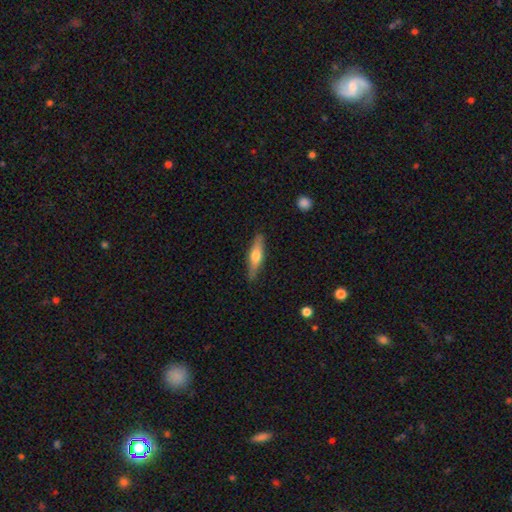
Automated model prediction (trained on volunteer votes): smooth_or_featured: smooth (p=0.49) [alt: featured or disk p=0.46]
merging: none (p=0.86) [alt: minor disturbance p=0.11]